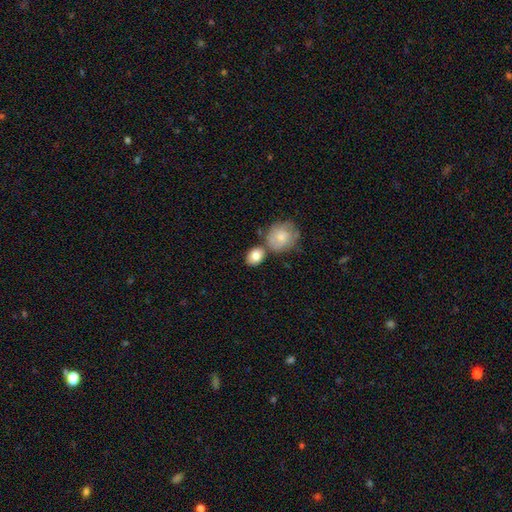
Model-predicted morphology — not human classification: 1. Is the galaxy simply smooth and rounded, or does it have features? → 81% smooth, 13% featured or disk, 7% star or artifact.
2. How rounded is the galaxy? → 61% in between, 37% round, 1% cigar-shaped.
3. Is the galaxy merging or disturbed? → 57% none, 24% merger, 14% minor disturbance, 4% major disturbance.